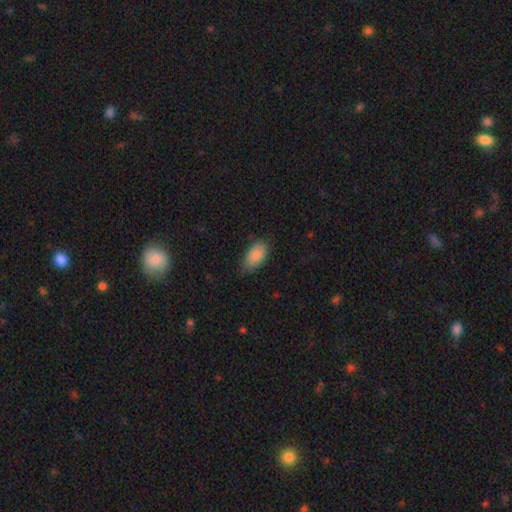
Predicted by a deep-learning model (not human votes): Smooth or featured: smooth — 86% (featured or disk — 8%)
How rounded: in between — 93% (cigar-shaped — 4%)
Merging: none — 75% (minor disturbance — 21%)